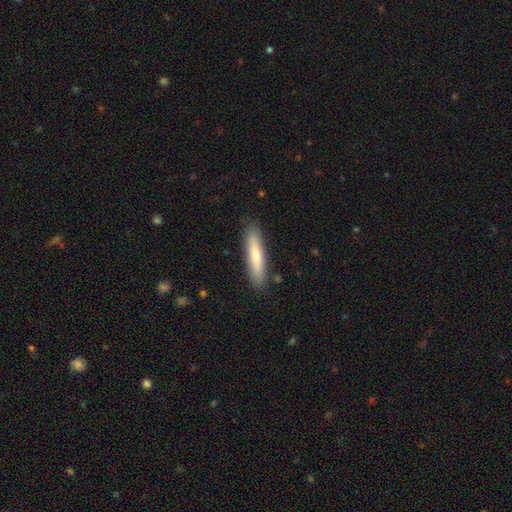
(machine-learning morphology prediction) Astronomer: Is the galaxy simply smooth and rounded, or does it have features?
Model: smooth — 77%.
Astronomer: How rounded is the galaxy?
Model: cigar-shaped — 82%.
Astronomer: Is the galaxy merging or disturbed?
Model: none — 87%.